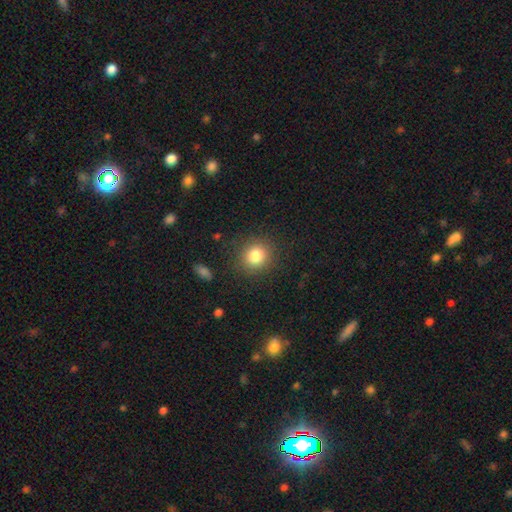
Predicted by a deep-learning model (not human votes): Smooth or featured?
  - smooth: 82% *
  - star or artifact: 11%
  - featured or disk: 7%
How rounded?
  - round: 85% *
  - in between: 14%
  - cigar-shaped: 1%
Merging?
  - none: 88% *
  - minor disturbance: 8%
  - major disturbance: 3%
  - merger: 1%